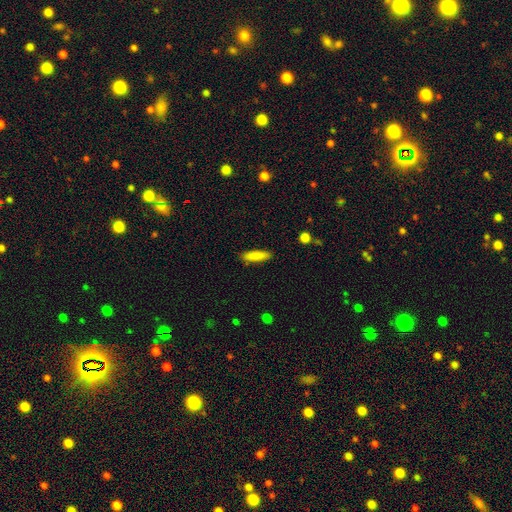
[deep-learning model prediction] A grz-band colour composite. It shows a smooth galaxy with no disk features (86%) that is cigar-shaped (70%). Merging: none (88%).